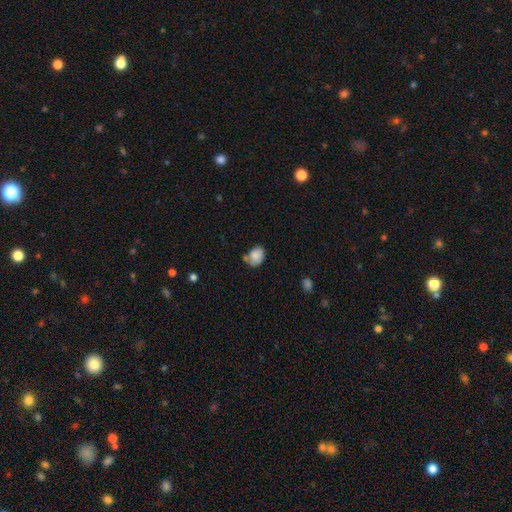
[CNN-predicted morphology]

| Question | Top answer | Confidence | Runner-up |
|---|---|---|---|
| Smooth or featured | smooth | 82% | featured or disk (10%) |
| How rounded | in between | 66% | round (33%) |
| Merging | none | 50% | minor disturbance (28%) |